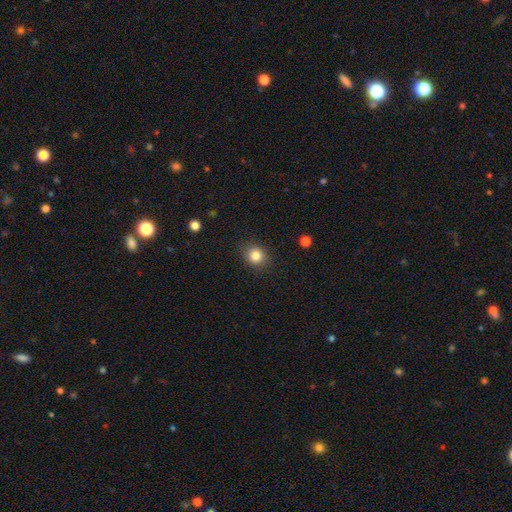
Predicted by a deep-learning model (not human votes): smooth-or-featured: smooth: 83% | star or artifact: 11% | featured or disk: 6%
  how-rounded: round: 79% | in between: 20% | cigar-shaped: 1%
  merging: none: 88% | minor disturbance: 9% | major disturbance: 3% | merger: 1%